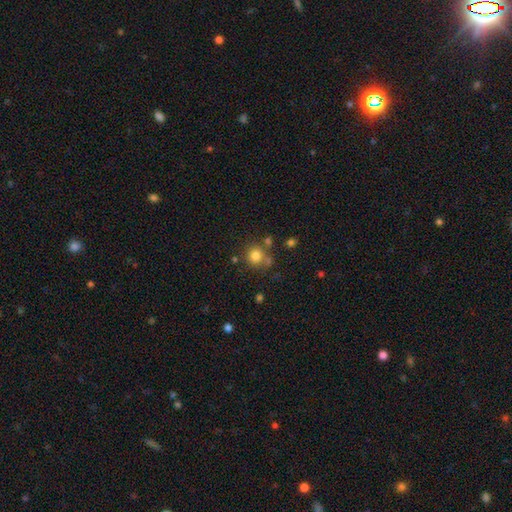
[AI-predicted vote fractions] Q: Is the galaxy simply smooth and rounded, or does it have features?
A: smooth — 79%.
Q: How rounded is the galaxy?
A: round — 91%.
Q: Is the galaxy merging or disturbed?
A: none — 70%.